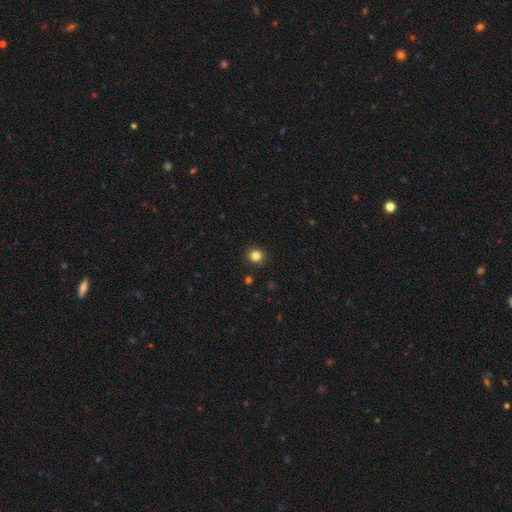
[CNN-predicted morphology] smooth_or_featured: smooth (p=0.83) [alt: star or artifact p=0.12]
how_rounded: round (p=0.89) [alt: in between p=0.10]
merging: none (p=0.92) [alt: minor disturbance p=0.06]